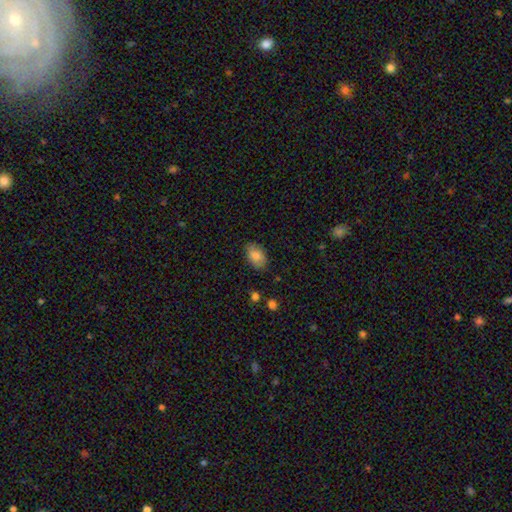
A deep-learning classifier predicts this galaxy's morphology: Smooth or featured: smooth — 82% (featured or disk — 11%)
How rounded: in between — 89% (round — 9%)
Merging: none — 84% (minor disturbance — 13%)